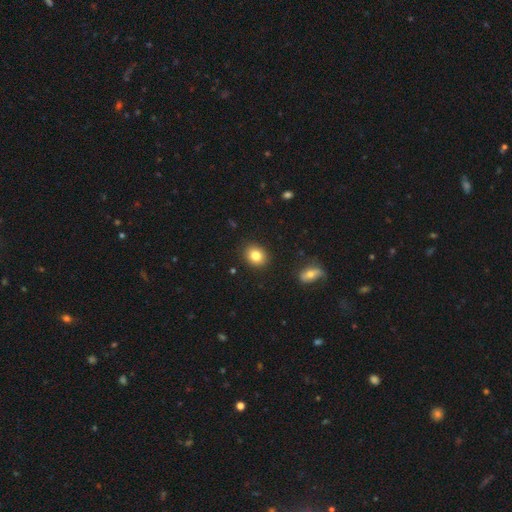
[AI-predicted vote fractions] smooth-or-featured: smooth: 83% | star or artifact: 9% | featured or disk: 8%
  how-rounded: round: 61% | in between: 39% | cigar-shaped: 1%
  merging: none: 89% | minor disturbance: 7% | major disturbance: 2% | merger: 2%